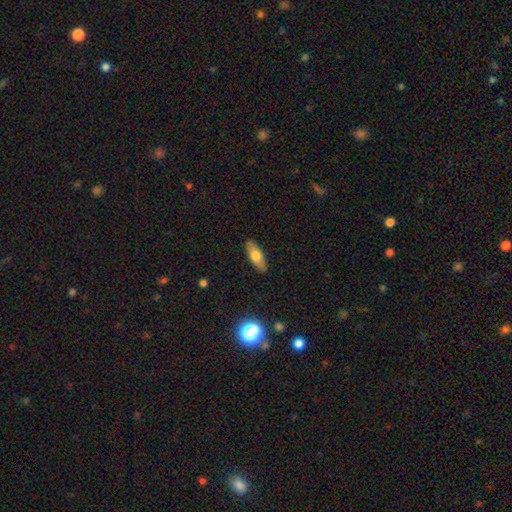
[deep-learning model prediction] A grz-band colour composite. It shows a smooth galaxy with no disk features (68%) that is in between round and cigar-shaped (69%). Merging: none (88%).